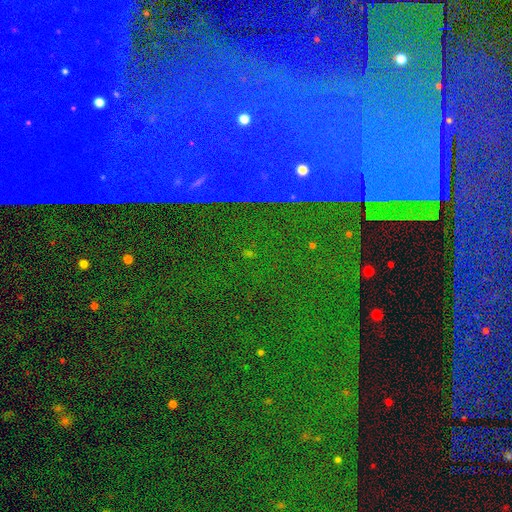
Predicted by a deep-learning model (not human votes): star or artifact 86%, featured or disk 8%, smooth 6%.